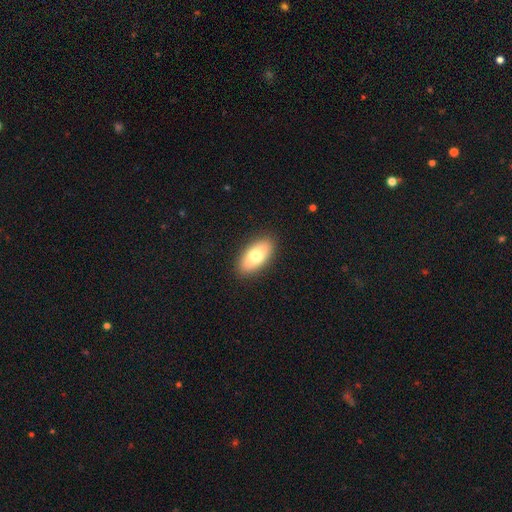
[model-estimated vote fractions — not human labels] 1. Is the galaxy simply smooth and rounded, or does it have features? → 75% smooth, 18% featured or disk, 7% star or artifact.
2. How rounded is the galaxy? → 91% in between, 5% cigar-shaped, 3% round.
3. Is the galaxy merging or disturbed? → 90% none, 8% minor disturbance, 2% major disturbance, 1% merger.